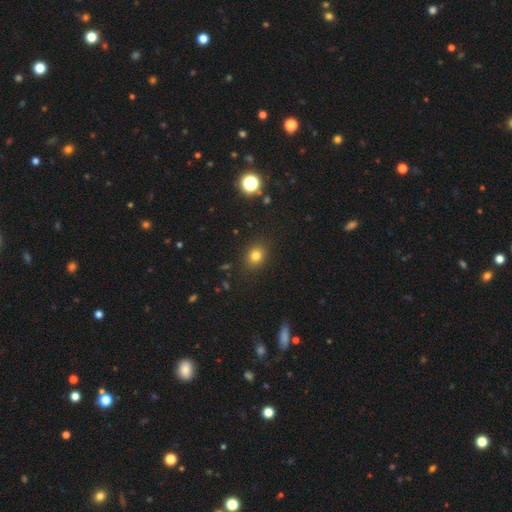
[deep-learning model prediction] smooth_or_featured: smooth (p=0.79) [alt: star or artifact p=0.15]
how_rounded: round (p=0.64) [alt: in between p=0.36]
merging: none (p=0.87) [alt: minor disturbance p=0.09]